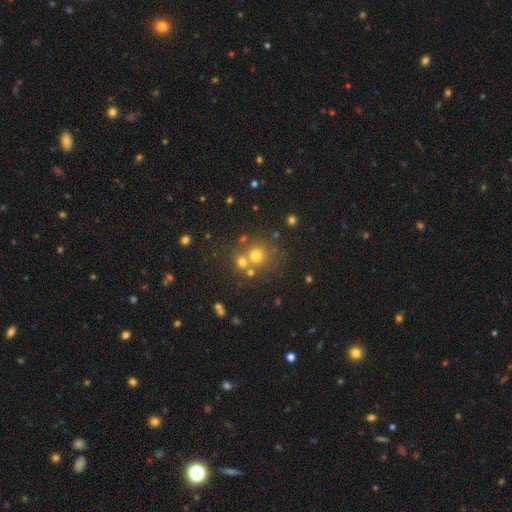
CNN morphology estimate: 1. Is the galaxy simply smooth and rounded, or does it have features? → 64% smooth, 24% star or artifact, 13% featured or disk.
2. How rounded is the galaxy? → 90% round, 9% in between, 1% cigar-shaped.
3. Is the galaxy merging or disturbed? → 62% none, 27% merger, 8% minor disturbance, 3% major disturbance.